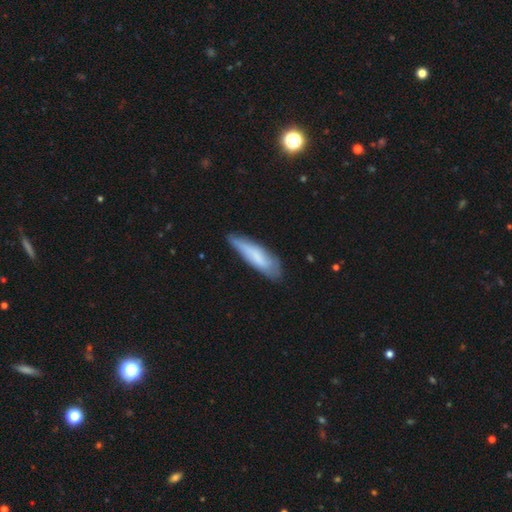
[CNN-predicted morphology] A smooth galaxy with no disk features (68%) that is cigar-shaped (65%).

Vote fractions:
- Smooth or featured? smooth: 68% / featured or disk: 26% / star or artifact: 7%
- How rounded? cigar-shaped: 65% / in between: 34% / round: 1%
- Merging? none: 62% / minor disturbance: 29% / major disturbance: 6% / merger: 2%